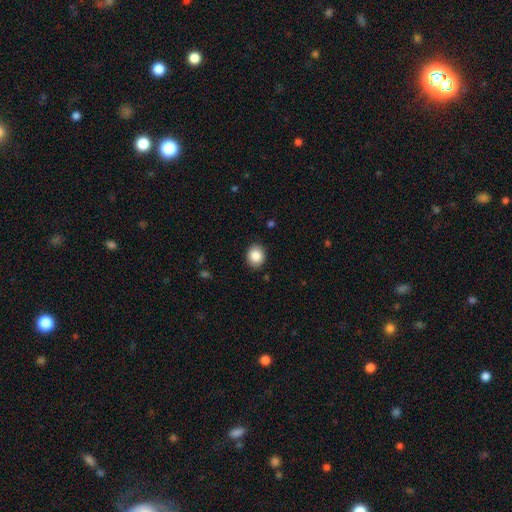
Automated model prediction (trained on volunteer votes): Smooth or featured?
  - smooth: 87% *
  - star or artifact: 8%
  - featured or disk: 5%
How rounded?
  - round: 67% *
  - in between: 32%
  - cigar-shaped: 1%
Merging?
  - none: 89% *
  - minor disturbance: 8%
  - major disturbance: 2%
  - merger: 1%